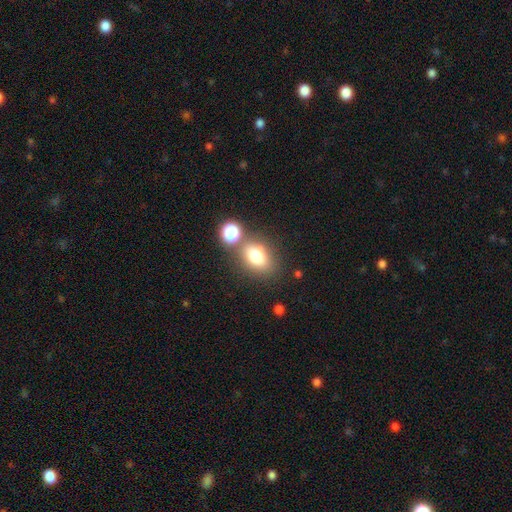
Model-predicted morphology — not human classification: The model was most divided on "how rounded": in between: 70%, round: 28%, cigar-shaped: 3%. More confident: smooth or featured — smooth (74%); merging — none (64%).